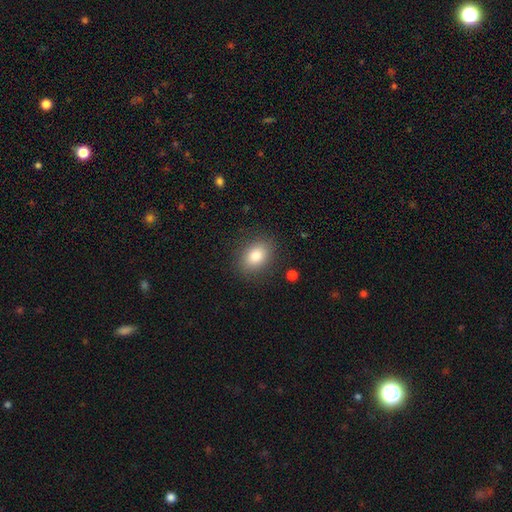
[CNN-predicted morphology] smooth_or_featured: smooth (p=0.81) [alt: featured or disk p=0.10]
how_rounded: in between (p=0.70) [alt: round p=0.29]
merging: none (p=0.86) [alt: minor disturbance p=0.10]